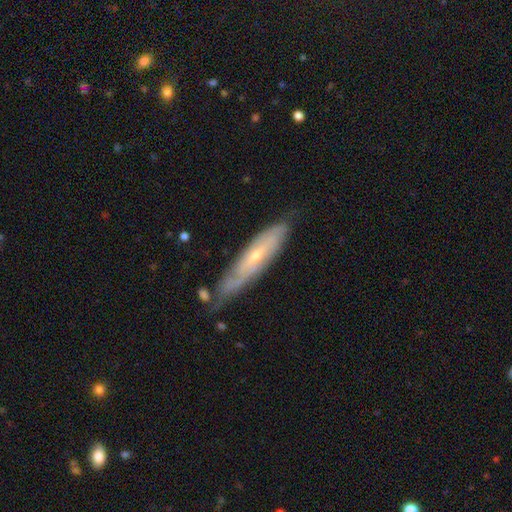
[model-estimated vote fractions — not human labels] smooth-or-featured: featured or disk: 68% | smooth: 26% | star or artifact: 6%
  disk-edge-on: no: 62% | yes: 38%
  merging: none: 61% | minor disturbance: 27% | major disturbance: 8% | merger: 5%